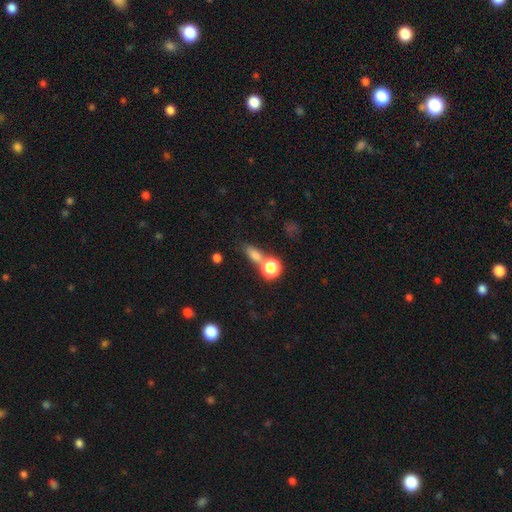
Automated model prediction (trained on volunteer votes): Smooth or featured? smooth (73%)
How rounded? in between (54%)
Merging? none (53%)